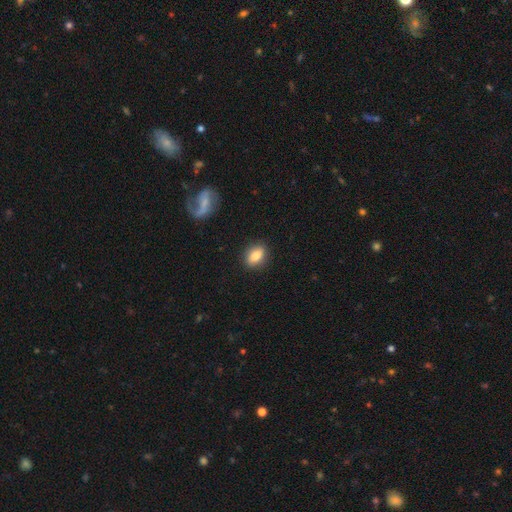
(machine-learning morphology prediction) Q: Smooth or featured?
A: smooth (80%); runner-up: featured or disk (12%)
Q: How rounded?
A: in between (79%); runner-up: round (15%)
Q: Merging?
A: none (87%); runner-up: minor disturbance (10%)